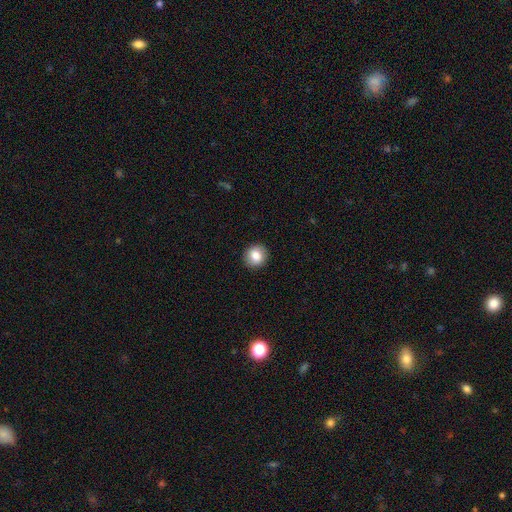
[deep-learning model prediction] This is clearly a smooth galaxy (82%). How rounded: clearly round (84%). Merging: clearly none (91%).